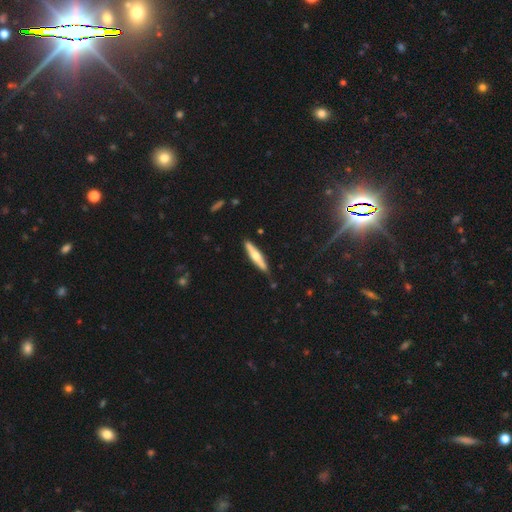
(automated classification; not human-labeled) Morphology: type=featured or disk (49%); merging=none (82%).